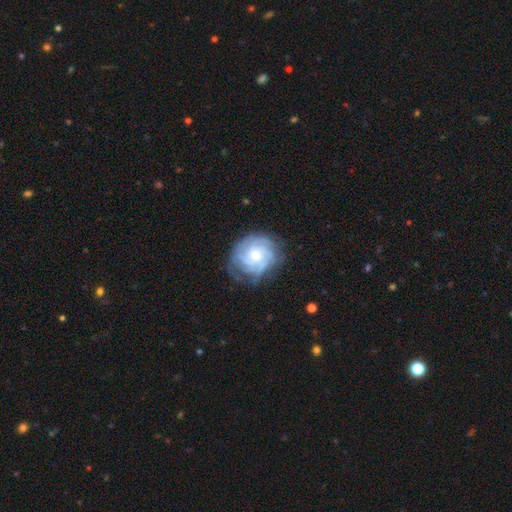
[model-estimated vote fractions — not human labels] smooth_or_featured: featured or disk (p=0.72) [alt: smooth p=0.21]
disk_edge_on: no (p=0.98) [alt: yes p=0.02]
bar: no (p=0.78) [alt: weak p=0.20]
has_spiral_arms: yes (p=0.90) [alt: no p=0.10]
spiral_winding: tight (p=0.62) [alt: medium p=0.28]
spiral_arm_count: can't tell (p=0.46) [alt: 4 p=0.18]
bulge_size: small (p=0.51) [alt: moderate p=0.41]
merging: none (p=0.64) [alt: minor disturbance p=0.23]